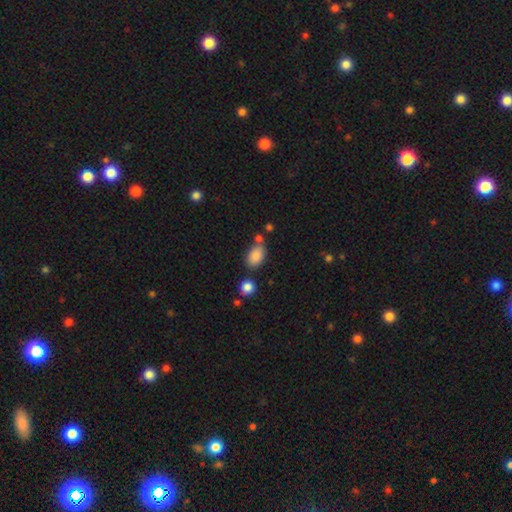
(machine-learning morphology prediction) A smooth galaxy with no disk features (86%) that is in between round and cigar-shaped (88%).

Vote fractions:
- Smooth or featured? smooth: 86% / star or artifact: 8% / featured or disk: 6%
- How rounded? in between: 88% / round: 10% / cigar-shaped: 2%
- Merging? none: 66% / minor disturbance: 16% / merger: 13% / major disturbance: 4%